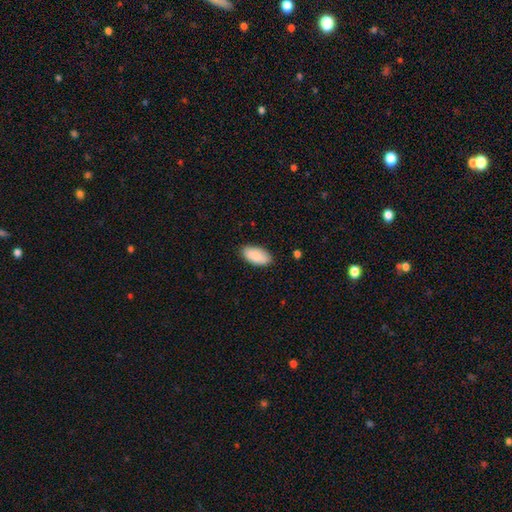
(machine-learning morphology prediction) This is clearly a smooth galaxy (90%). How rounded: clearly in between (94%). Merging: clearly none (86%).